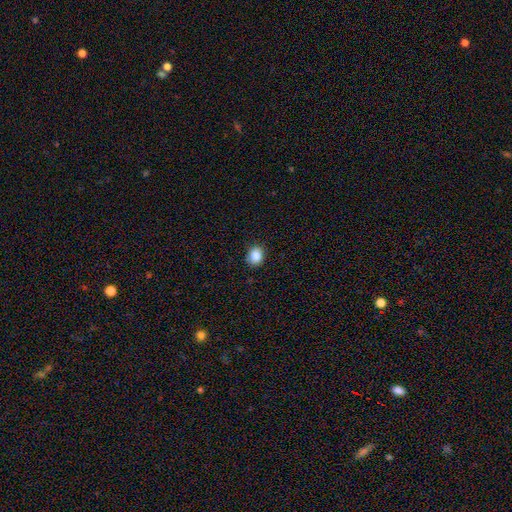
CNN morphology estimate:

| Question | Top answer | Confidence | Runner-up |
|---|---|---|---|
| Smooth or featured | smooth | 87% | star or artifact (9%) |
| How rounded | round | 58% | in between (41%) |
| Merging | none | 85% | minor disturbance (12%) |